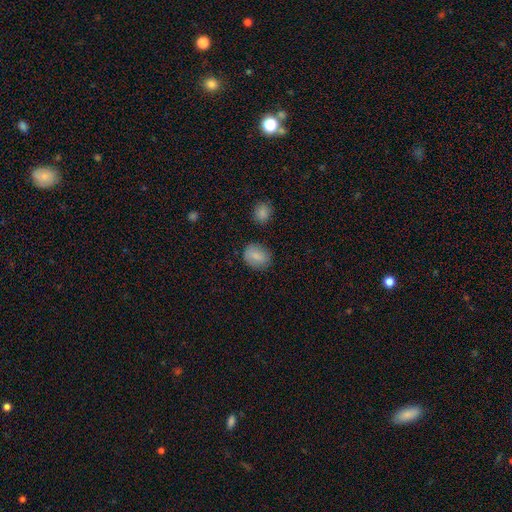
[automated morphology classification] The model was most divided on "how rounded": in between: 53%, round: 46%, cigar-shaped: 1%. More confident: merging — none (83%); smooth or featured — smooth (83%).